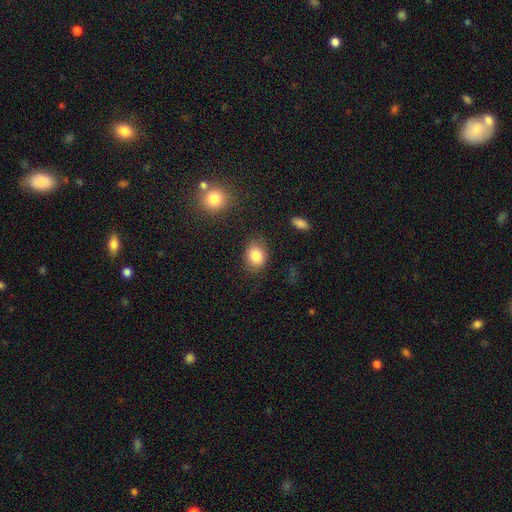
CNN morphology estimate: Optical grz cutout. It shows a smooth galaxy with no disk features (84%) that is in between round and cigar-shaped (59%). Merging: none (82%).